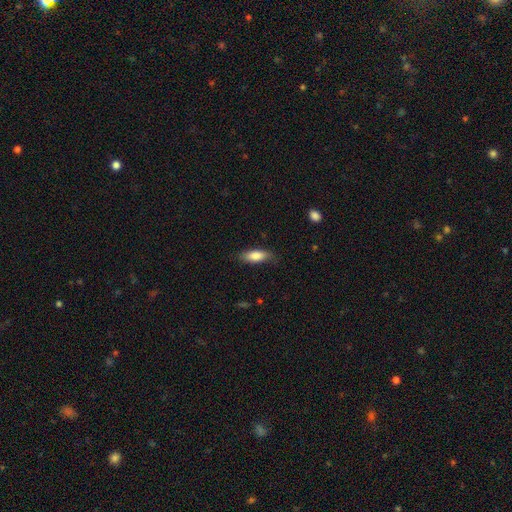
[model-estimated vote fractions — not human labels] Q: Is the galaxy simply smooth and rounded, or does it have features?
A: smooth — 83%.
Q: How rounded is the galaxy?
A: in between — 69%.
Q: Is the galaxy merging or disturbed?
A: none — 80%.